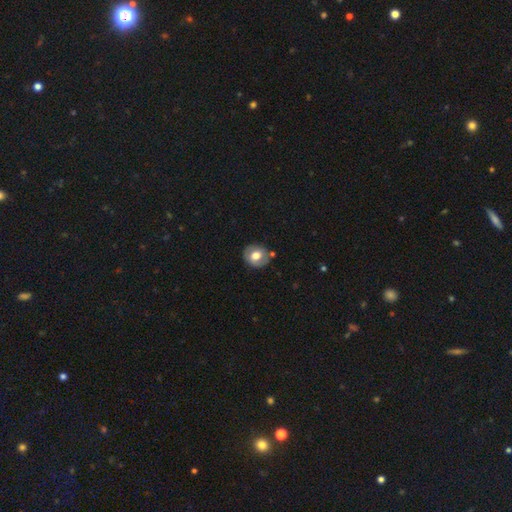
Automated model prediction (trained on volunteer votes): Q: Smooth or featured?
A: smooth (61%); runner-up: featured or disk (32%)
Q: How rounded?
A: round (74%); runner-up: in between (26%)
Q: Merging?
A: none (78%); runner-up: minor disturbance (14%)